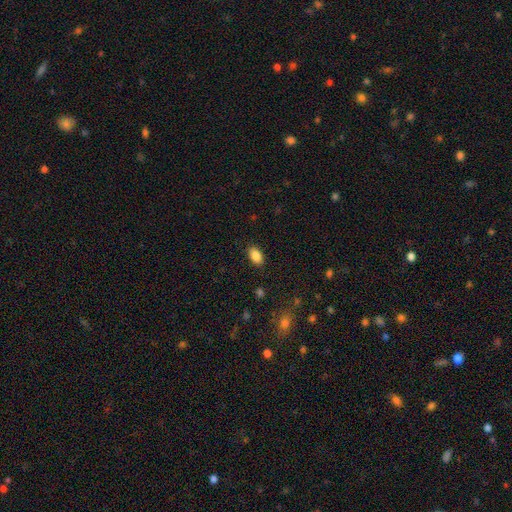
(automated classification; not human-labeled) This is clearly a smooth galaxy (87%). How rounded: clearly in between (92%). Merging: clearly none (87%).